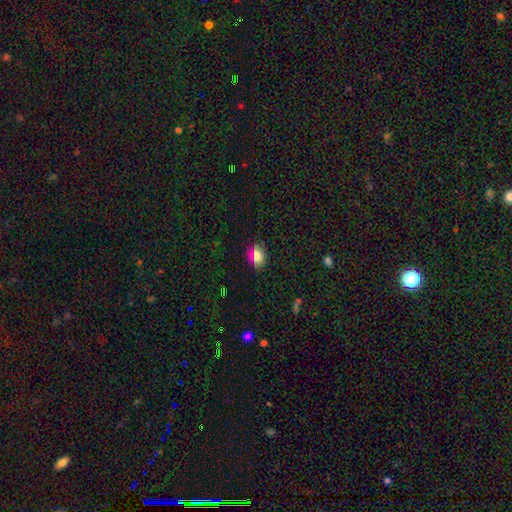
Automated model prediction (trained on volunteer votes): Smooth or featured: smooth — 72% (star or artifact — 20%)
How rounded: in between — 53% (round — 45%)
Merging: none — 86% (minor disturbance — 10%)